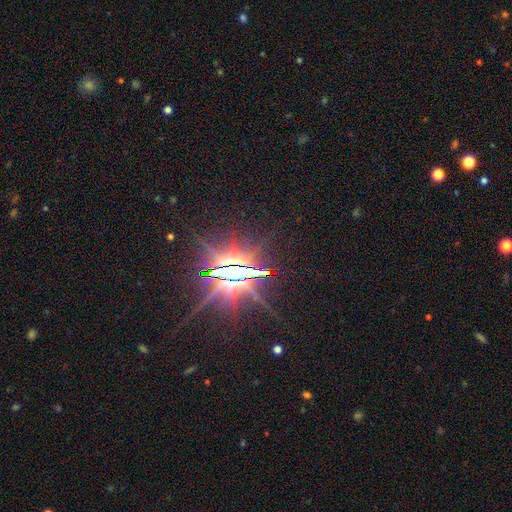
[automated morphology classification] Smooth or featured?
  - star or artifact: 81% *
  - featured or disk: 13%
  - smooth: 6%